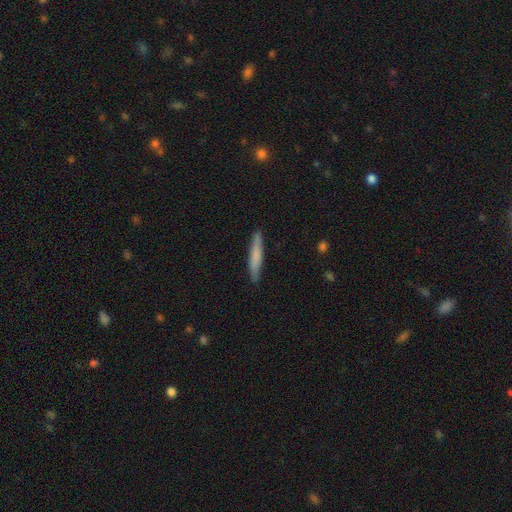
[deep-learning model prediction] smooth_or_featured: smooth (p=0.73) [alt: featured or disk p=0.22]
how_rounded: cigar-shaped (p=0.92) [alt: in between p=0.06]
merging: none (p=0.88) [alt: minor disturbance p=0.09]